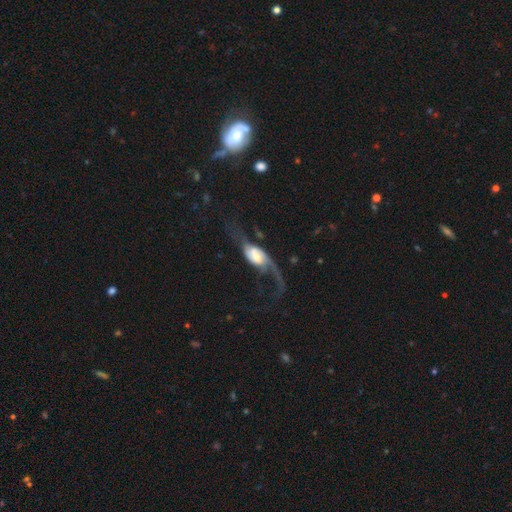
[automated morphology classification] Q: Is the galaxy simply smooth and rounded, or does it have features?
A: featured or disk — 77%.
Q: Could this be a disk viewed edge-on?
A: no — 93%.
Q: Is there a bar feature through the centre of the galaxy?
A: weak — 41%.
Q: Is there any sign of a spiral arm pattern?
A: yes — 90%.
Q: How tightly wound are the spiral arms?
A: loose — 83%.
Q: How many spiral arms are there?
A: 2 — 80%.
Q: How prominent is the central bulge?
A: moderate — 36%.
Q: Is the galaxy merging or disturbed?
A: major disturbance — 47%.